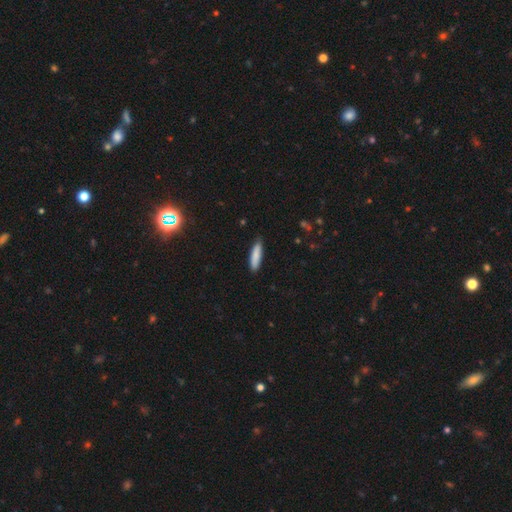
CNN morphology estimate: The model was most divided on "how rounded": cigar-shaped: 72%, in between: 26%, round: 1%. More confident: smooth or featured — smooth (84%); merging — none (82%).